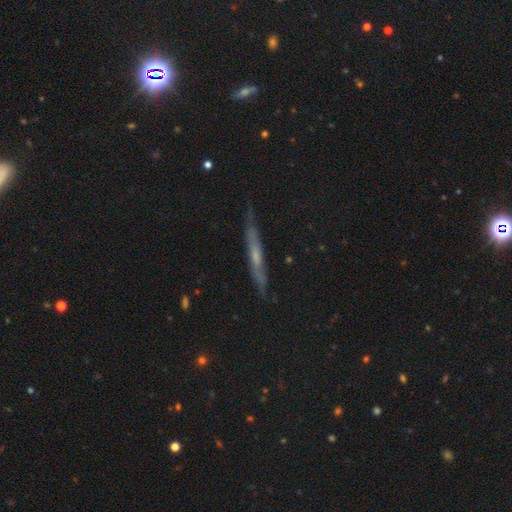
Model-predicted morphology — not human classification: Smooth or featured? featured or disk (59%)
Edge-on disk? yes (88%)
Edge-on bulge? none (60%)
Merging? none (75%)